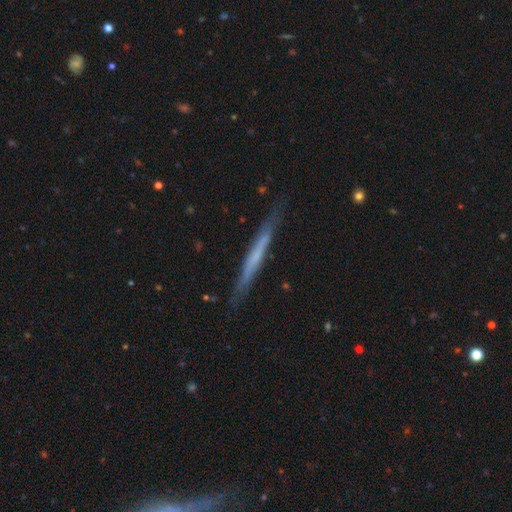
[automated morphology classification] Smooth or featured? featured or disk (52%)
Edge-on disk? yes (95%)
Merging? none (85%)